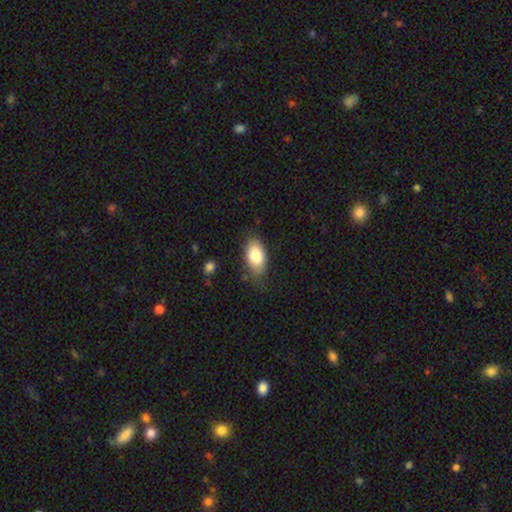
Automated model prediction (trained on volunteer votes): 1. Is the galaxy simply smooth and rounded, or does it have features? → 82% smooth, 12% featured or disk, 6% star or artifact.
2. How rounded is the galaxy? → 93% in between, 5% round, 2% cigar-shaped.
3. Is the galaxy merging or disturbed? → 69% none, 23% minor disturbance, 6% major disturbance, 2% merger.